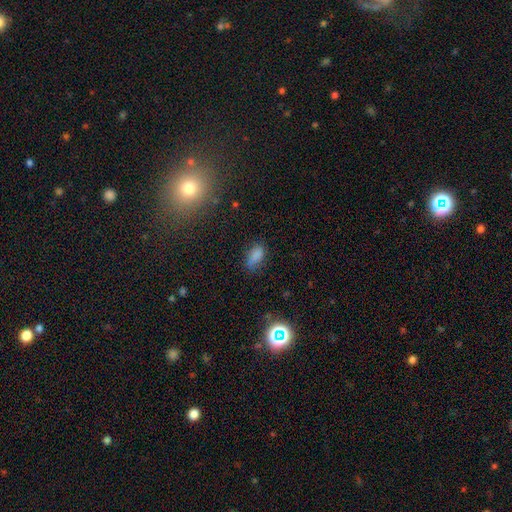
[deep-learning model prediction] Smooth or featured?
  - smooth: 82% *
  - star or artifact: 13%
  - featured or disk: 6%
How rounded?
  - in between: 90% *
  - cigar-shaped: 5%
  - round: 5%
Merging?
  - none: 71% *
  - minor disturbance: 21%
  - major disturbance: 6%
  - merger: 2%